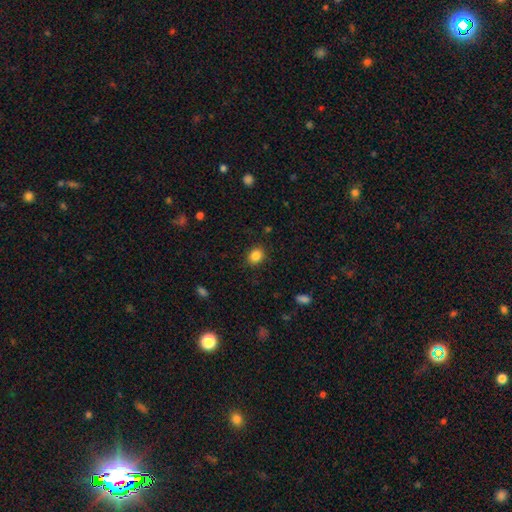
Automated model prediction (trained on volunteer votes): The model was most divided on "how rounded": round: 62%, in between: 37%, cigar-shaped: 1%. More confident: merging — none (88%); smooth or featured — smooth (85%).